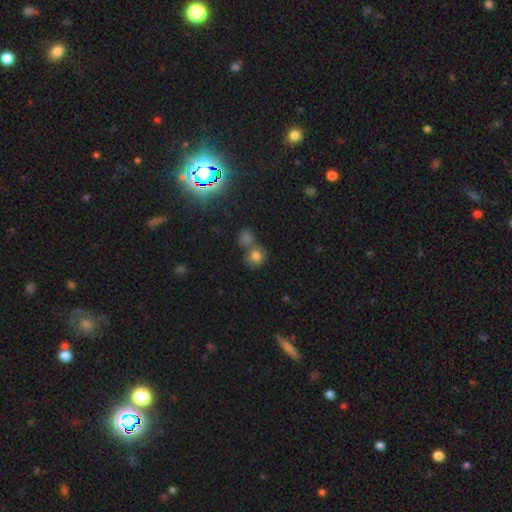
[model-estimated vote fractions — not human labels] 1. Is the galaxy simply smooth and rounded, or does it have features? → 71% smooth, 17% star or artifact, 12% featured or disk.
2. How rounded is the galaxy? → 69% round, 30% in between, 1% cigar-shaped.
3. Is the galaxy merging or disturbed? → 45% merger, 38% none, 11% minor disturbance, 6% major disturbance.